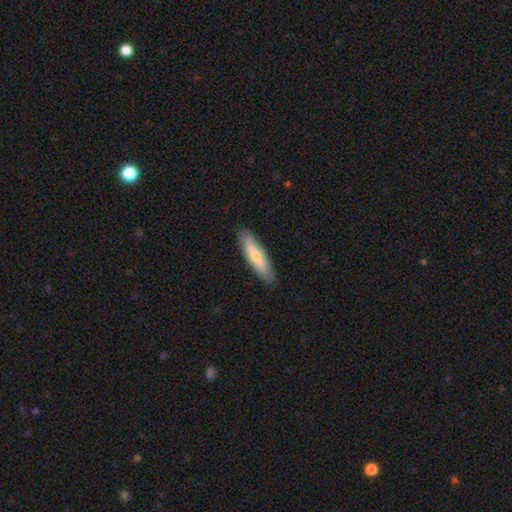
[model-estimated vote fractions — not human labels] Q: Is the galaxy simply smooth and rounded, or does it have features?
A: smooth — 60%.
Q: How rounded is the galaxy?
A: cigar-shaped — 67%.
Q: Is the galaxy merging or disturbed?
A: none — 87%.